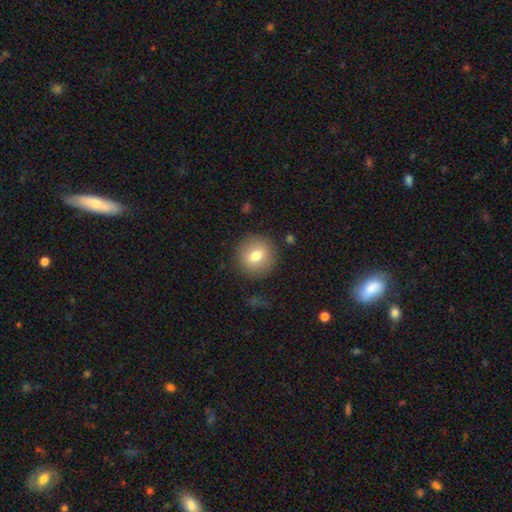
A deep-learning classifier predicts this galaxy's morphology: Overall: smooth (74%). How rounded: round (89%). Merging: none (87%).